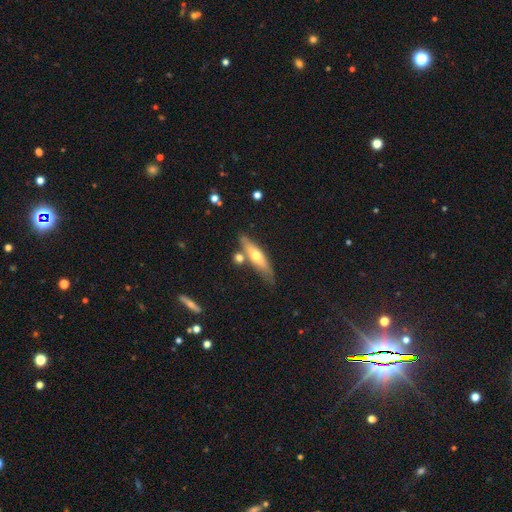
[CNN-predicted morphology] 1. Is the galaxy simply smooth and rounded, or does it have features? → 48% smooth, 46% featured or disk, 6% star or artifact.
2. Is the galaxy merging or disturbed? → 69% none, 16% minor disturbance, 11% merger, 4% major disturbance.